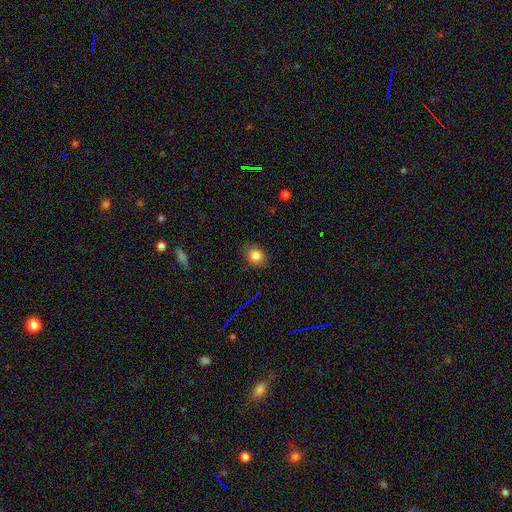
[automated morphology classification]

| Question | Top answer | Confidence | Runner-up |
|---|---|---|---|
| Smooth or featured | smooth | 79% | star or artifact (13%) |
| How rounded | in between | 53% | round (45%) |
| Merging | none | 80% | minor disturbance (15%) |